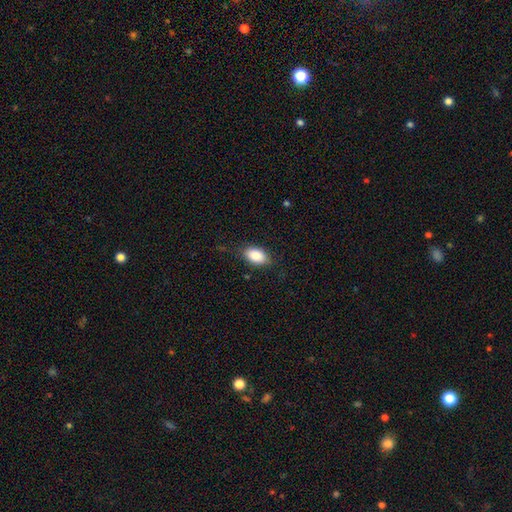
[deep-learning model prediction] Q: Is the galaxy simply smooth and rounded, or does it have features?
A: smooth — 86%.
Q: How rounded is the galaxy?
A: in between — 91%.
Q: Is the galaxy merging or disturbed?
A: none — 81%.